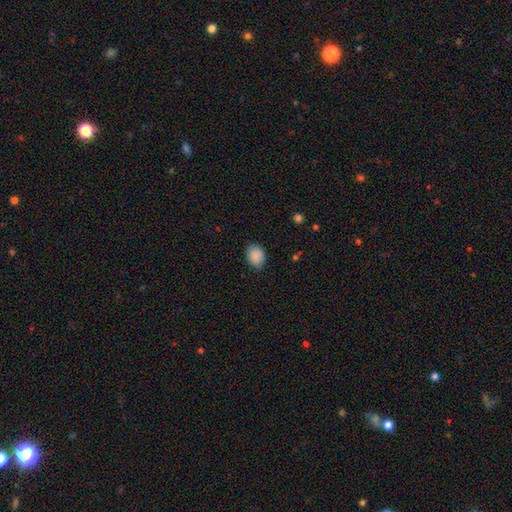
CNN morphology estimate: type=smooth (89%); roundness=in between (67%); merging=none (82%).